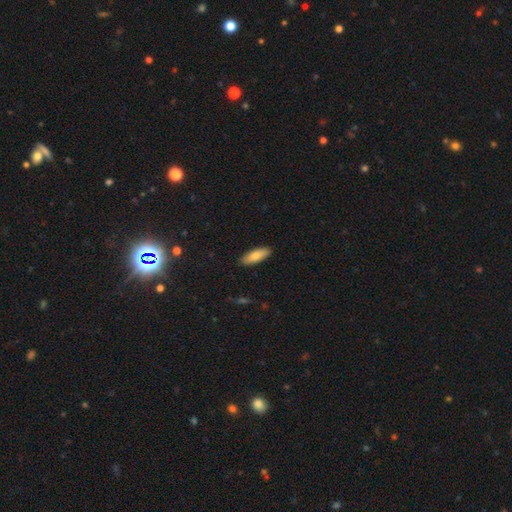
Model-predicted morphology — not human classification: smooth-or-featured: smooth: 81% | featured or disk: 14% | star or artifact: 6%
  how-rounded: in between: 63% | cigar-shaped: 35% | round: 2%
  merging: none: 90% | minor disturbance: 7% | major disturbance: 2% | merger: 1%